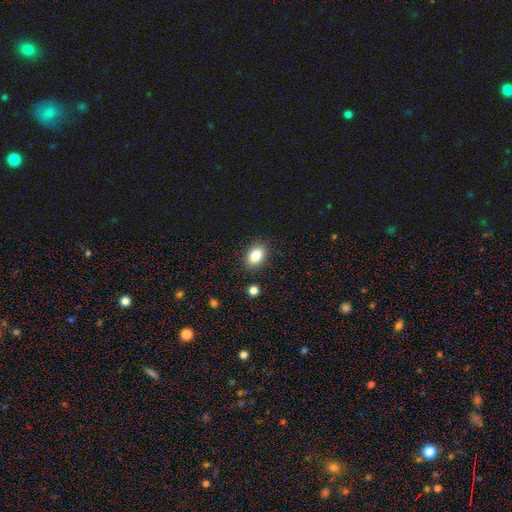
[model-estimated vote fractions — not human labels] Morphology: type=smooth (83%); roundness=in between (74%); merging=none (86%).